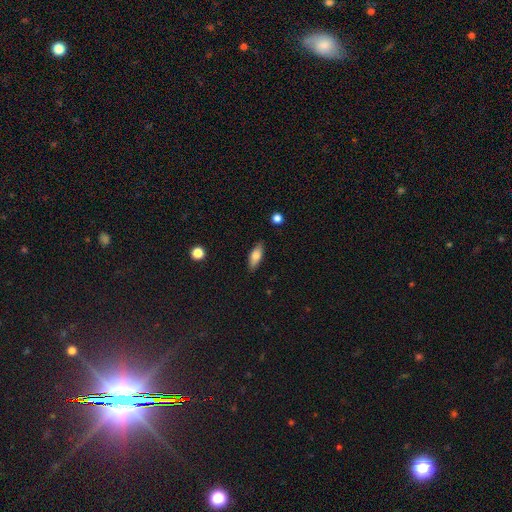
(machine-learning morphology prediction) This is likely a smooth galaxy (75%). How rounded: likely in between (69%). Merging: clearly none (85%).